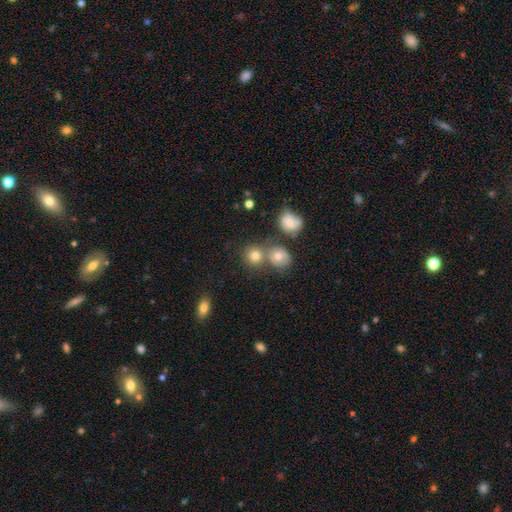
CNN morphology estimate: A smooth galaxy with no disk features (69%) that is round (84%).

Vote fractions:
- Smooth or featured? smooth: 69% / star or artifact: 18% / featured or disk: 13%
- How rounded? round: 84% / in between: 15% / cigar-shaped: 1%
- Merging? none: 57% / merger: 29% / minor disturbance: 9% / major disturbance: 4%